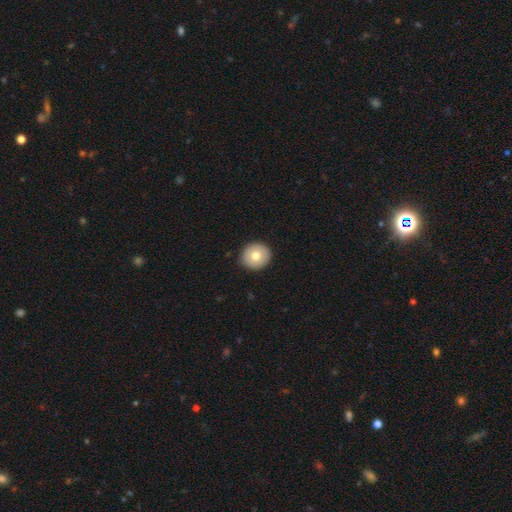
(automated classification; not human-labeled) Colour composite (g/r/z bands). It shows a smooth galaxy with no disk features (76%) that is round (90%). Merging: none (91%).